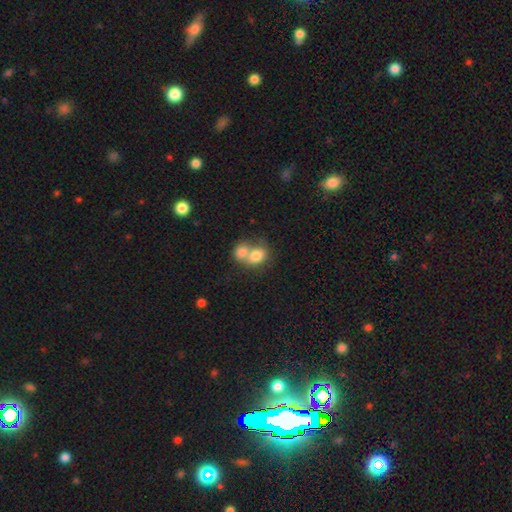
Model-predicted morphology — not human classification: This is likely a smooth galaxy (76%). How rounded: possibly in between (59%). Merging: likely merger (70%).